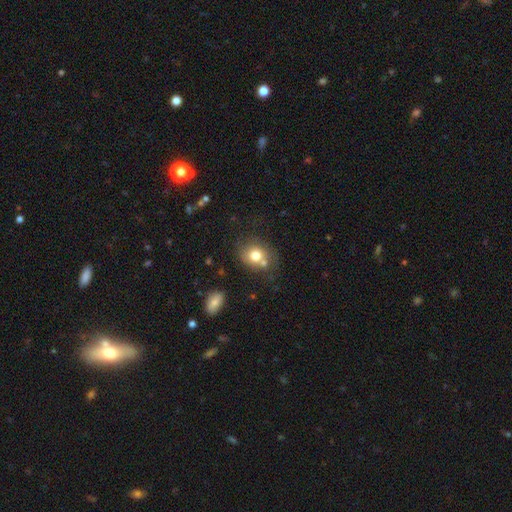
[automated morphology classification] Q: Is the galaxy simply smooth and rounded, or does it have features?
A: smooth — 74%.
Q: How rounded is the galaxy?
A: round — 67%.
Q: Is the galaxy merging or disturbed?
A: none — 52%.